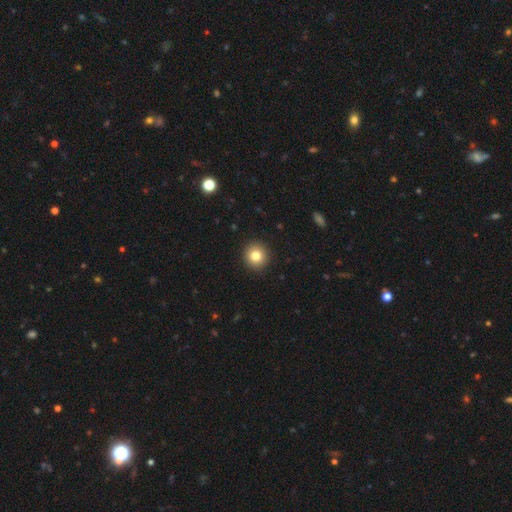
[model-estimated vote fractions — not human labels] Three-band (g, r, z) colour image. It shows a smooth galaxy with no disk features (81%) that is round (92%). Merging: none (92%).